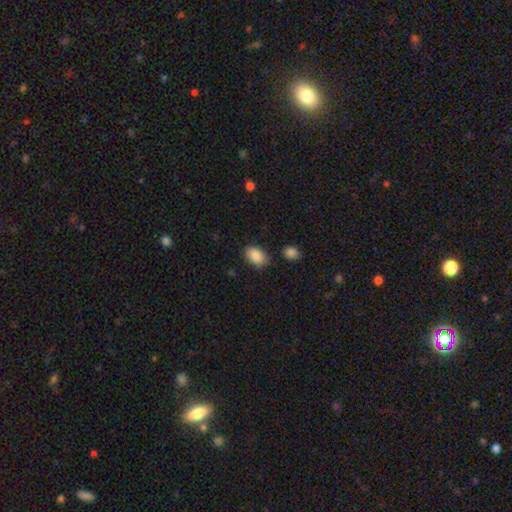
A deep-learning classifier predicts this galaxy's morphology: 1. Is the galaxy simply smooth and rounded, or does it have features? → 88% smooth, 7% star or artifact, 5% featured or disk.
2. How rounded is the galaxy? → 85% in between, 14% round, 1% cigar-shaped.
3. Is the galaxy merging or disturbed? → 79% none, 15% minor disturbance, 3% major disturbance, 3% merger.